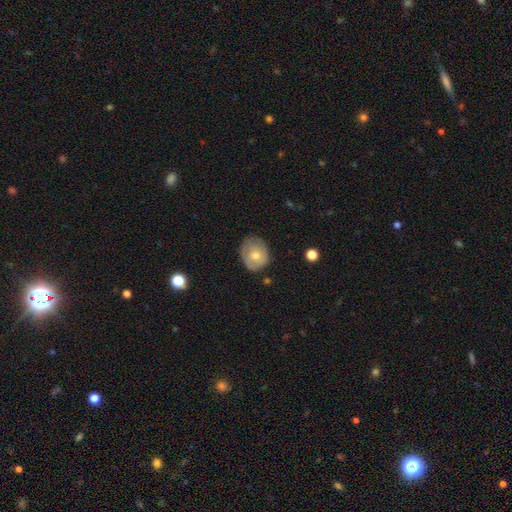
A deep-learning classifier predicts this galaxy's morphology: type=smooth (67%); roundness=round (66%); merging=none (69%).